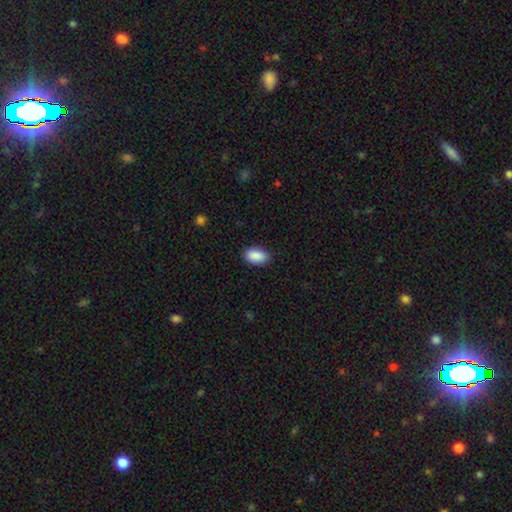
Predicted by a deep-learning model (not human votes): The model was most divided on "merging": none: 86%, minor disturbance: 11%, major disturbance: 2%, merger: 1%. More confident: how rounded — in between (93%); smooth or featured — smooth (90%).